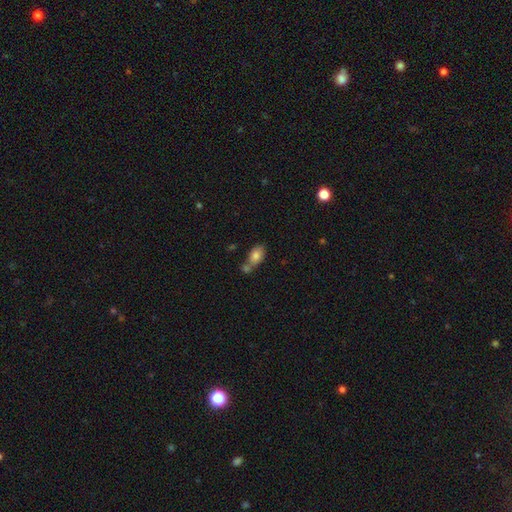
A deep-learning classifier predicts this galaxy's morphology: Smooth or featured? Predicted: smooth (p=0.80). How rounded? Predicted: in between (p=0.87). Merging? Predicted: none (p=0.44).